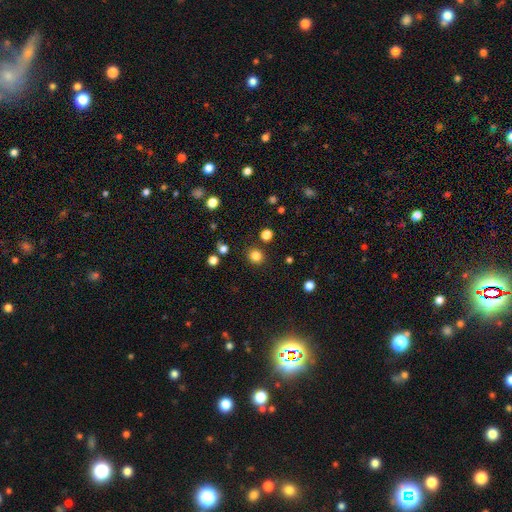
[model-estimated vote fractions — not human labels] Q: Smooth or featured?
A: smooth (82%); runner-up: star or artifact (14%)
Q: How rounded?
A: round (89%); runner-up: in between (10%)
Q: Merging?
A: none (88%); runner-up: minor disturbance (7%)